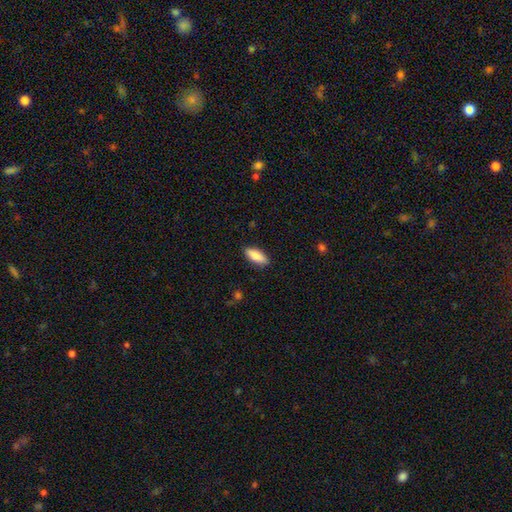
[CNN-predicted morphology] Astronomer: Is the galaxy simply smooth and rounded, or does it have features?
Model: smooth — 84%.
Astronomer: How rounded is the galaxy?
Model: in between — 77%.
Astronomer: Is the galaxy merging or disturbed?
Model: none — 87%.